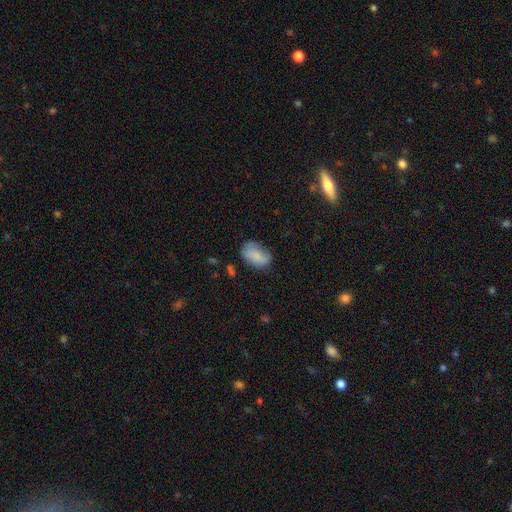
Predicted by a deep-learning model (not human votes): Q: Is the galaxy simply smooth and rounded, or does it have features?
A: smooth — 78%.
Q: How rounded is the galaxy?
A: in between — 87%.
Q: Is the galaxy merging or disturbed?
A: none — 58%.